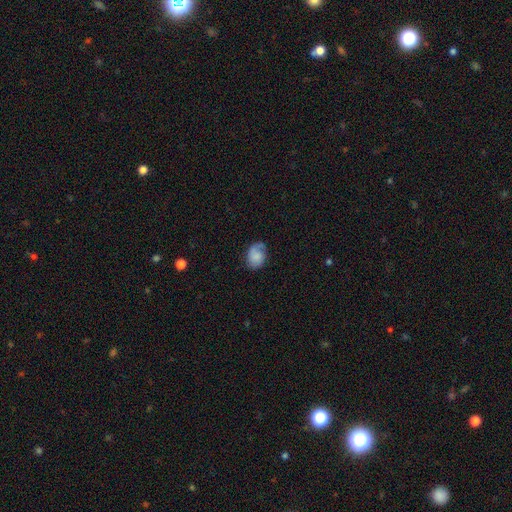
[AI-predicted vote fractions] Overall: smooth (61%; featured or disk 30%). How rounded: in between (67%; round 32%). Merging: none (57%; minor disturbance 28%).